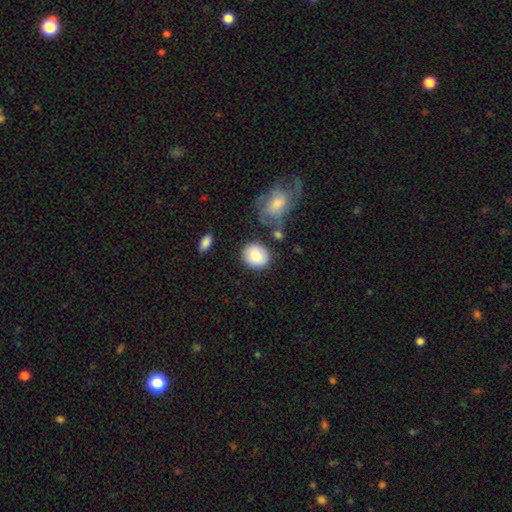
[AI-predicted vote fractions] The model was most divided on "how rounded": round: 77%, in between: 22%, cigar-shaped: 1%. More confident: smooth or featured — smooth (80%); merging — none (80%).